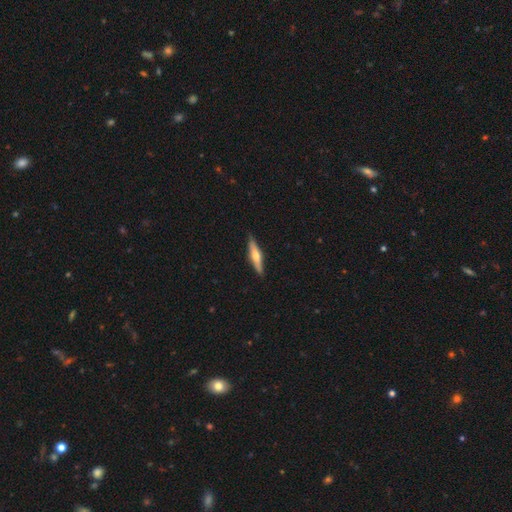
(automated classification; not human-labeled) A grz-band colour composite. It shows a featured or disk galaxy (53%) viewed edge-on (93%). Merging: none (88%).